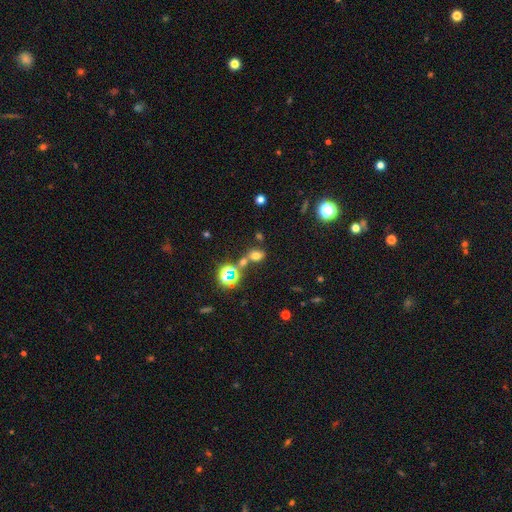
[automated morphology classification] This appears to be a smooth galaxy with no disk features (61%) that is in between round and cigar-shaped (57%). Merging: none (61%).